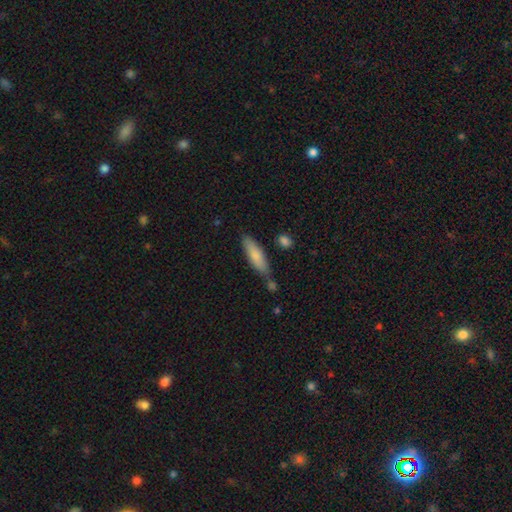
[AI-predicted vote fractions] smooth-or-featured: smooth: 78% | featured or disk: 16% | star or artifact: 6%
  how-rounded: cigar-shaped: 66% | in between: 32% | round: 2%
  merging: none: 69% | minor disturbance: 18% | merger: 9% | major disturbance: 4%